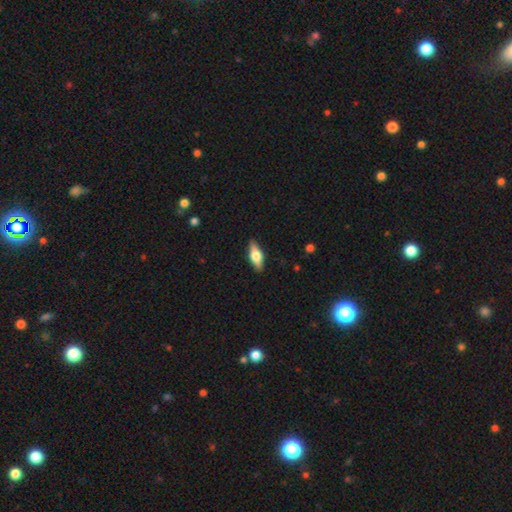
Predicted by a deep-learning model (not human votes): The model was most divided on "smooth or featured": smooth: 48%, featured or disk: 46%, star or artifact: 6%. More confident: merging — none (88%).